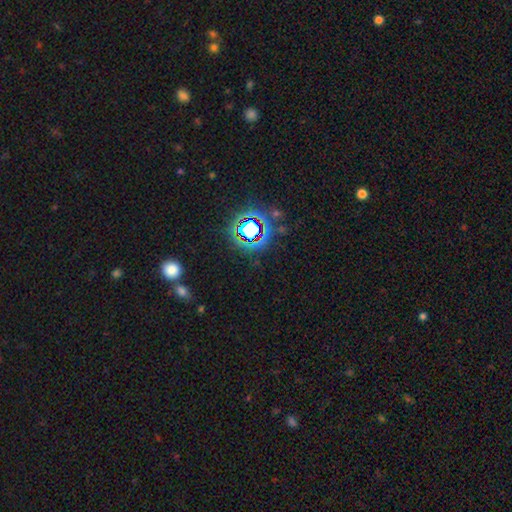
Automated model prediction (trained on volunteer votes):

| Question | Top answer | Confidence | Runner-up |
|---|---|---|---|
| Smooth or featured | star or artifact | 77% | smooth (14%) |